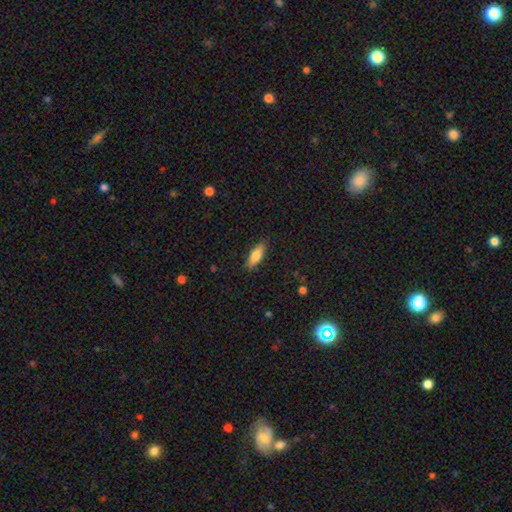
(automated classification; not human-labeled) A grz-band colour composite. It shows a smooth galaxy with no disk features (77%) that is in between round and cigar-shaped (65%). Merging: none (86%).